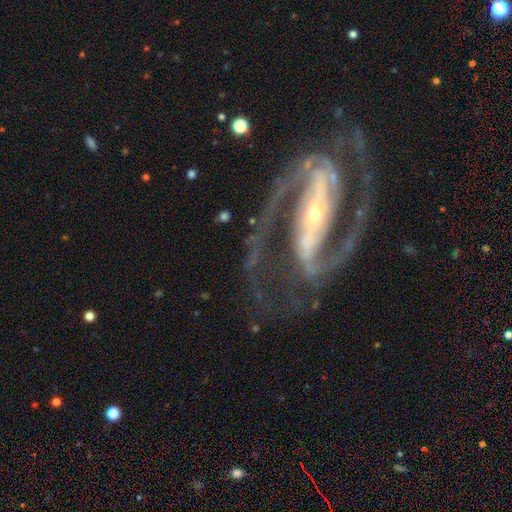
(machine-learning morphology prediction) Overall: featured or disk (93%). Edge-on disk: no (96%). Bar: strong (73%). Spiral arms: yes (98%). Spiral arm count: 2 (93%). Spiral winding: medium (58%; tight 30%). Bulge size: small (74%). Merging: none (75%).